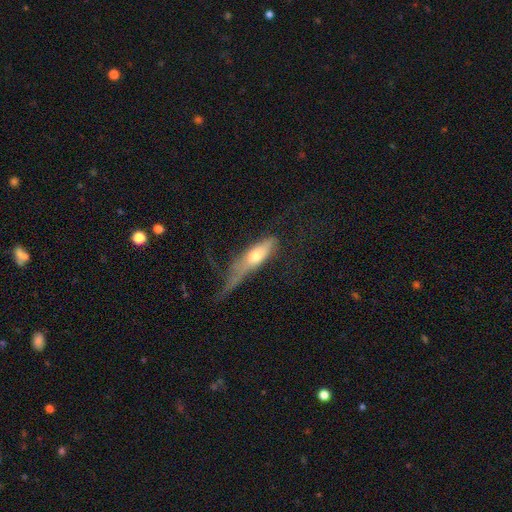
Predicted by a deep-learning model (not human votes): A smooth galaxy with no disk features (53%) that is cigar-shaped (61%). Merging: major disturbance (41%).